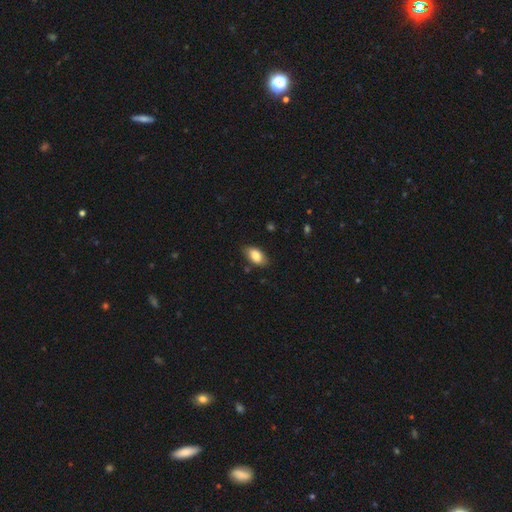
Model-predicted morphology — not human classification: A smooth galaxy with no disk features (83%) that is in between round and cigar-shaped (93%).

Vote fractions:
- Smooth or featured? smooth: 83% / featured or disk: 10% / star or artifact: 7%
- How rounded? in between: 93% / round: 4% / cigar-shaped: 3%
- Merging? none: 81% / minor disturbance: 15% / major disturbance: 3% / merger: 1%